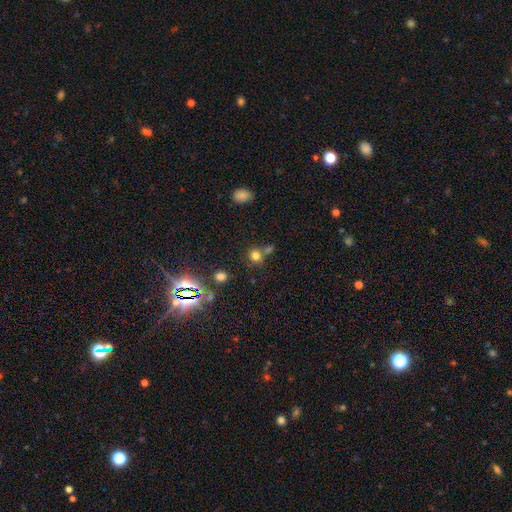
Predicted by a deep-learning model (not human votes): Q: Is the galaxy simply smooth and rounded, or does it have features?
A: smooth — 75%.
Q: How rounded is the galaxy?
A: round — 84%.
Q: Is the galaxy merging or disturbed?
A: none — 59%.